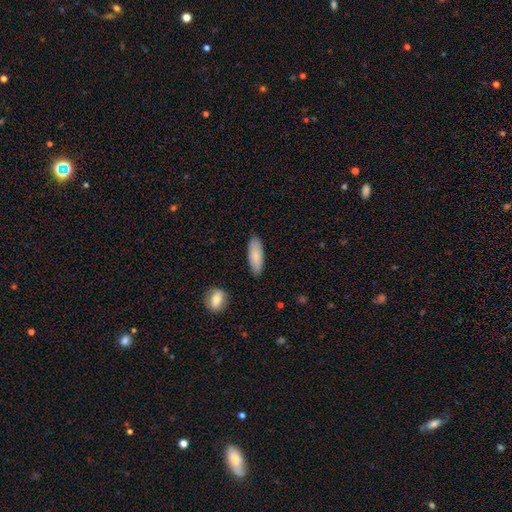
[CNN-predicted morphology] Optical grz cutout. It shows a smooth galaxy with no disk features (83%) that is in between round and cigar-shaped (71%). Merging: none (85%).